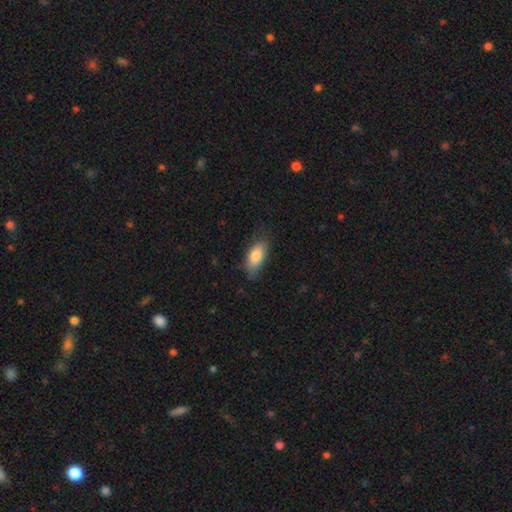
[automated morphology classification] Smooth or featured? Predicted: smooth (p=0.82). How rounded? Predicted: in between (p=0.87). Merging? Predicted: none (p=0.73).